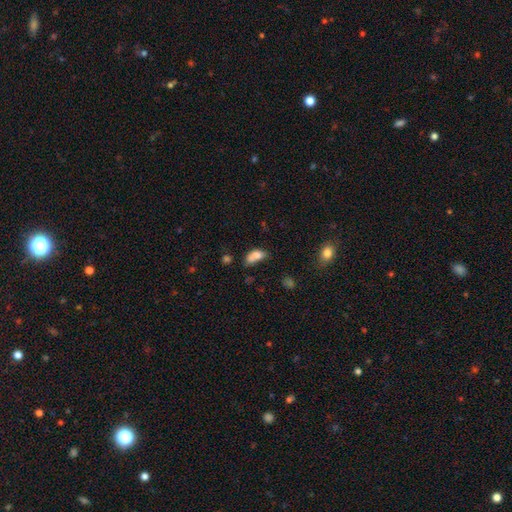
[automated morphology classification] Overall: smooth (74%). How rounded: in between (80%). Merging: merger (43%; none 24%).